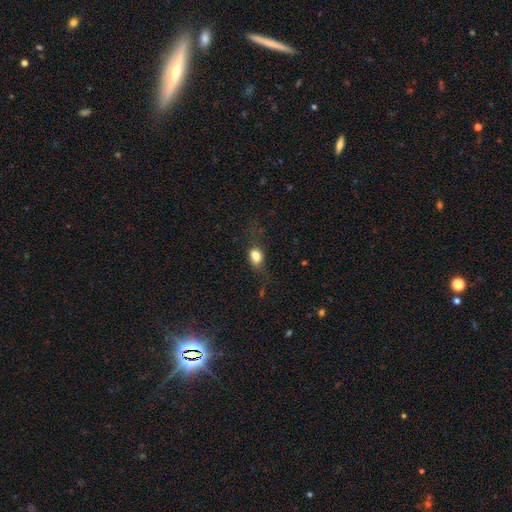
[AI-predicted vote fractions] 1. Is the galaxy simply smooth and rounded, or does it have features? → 74% smooth, 15% featured or disk, 11% star or artifact.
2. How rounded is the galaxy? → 68% in between, 27% round, 5% cigar-shaped.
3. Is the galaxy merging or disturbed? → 47% none, 27% minor disturbance, 23% major disturbance, 4% merger.